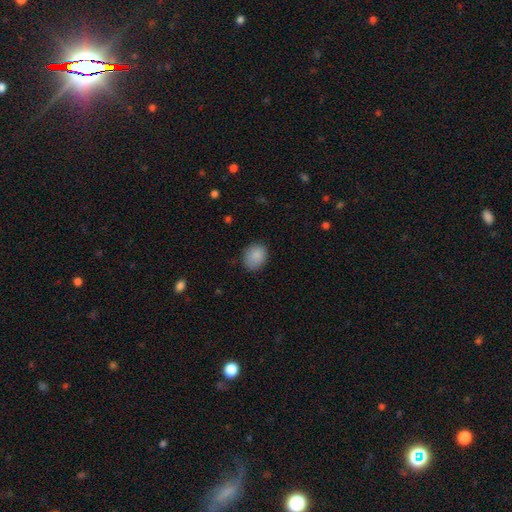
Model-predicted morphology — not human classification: smooth_or_featured: smooth (p=0.88) [alt: star or artifact p=0.08]
how_rounded: round (p=0.58) [alt: in between p=0.41]
merging: none (p=0.80) [alt: minor disturbance p=0.15]